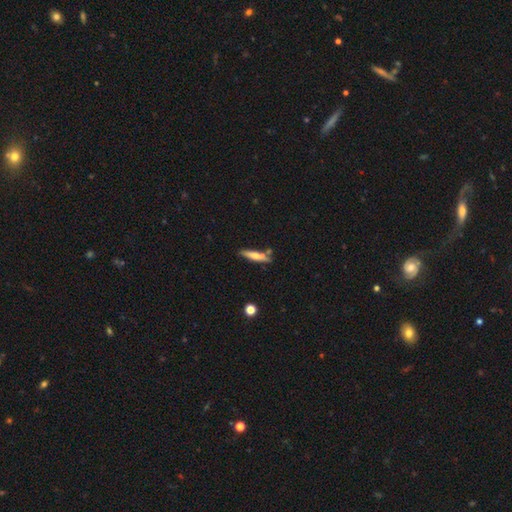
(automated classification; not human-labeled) This is possibly a smooth galaxy (57%). How rounded: clearly cigar-shaped (83%). Merging: likely none (73%).